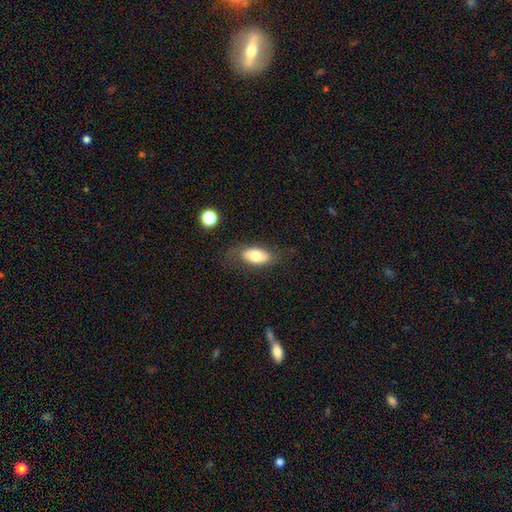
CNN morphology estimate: Smooth or featured?
  - smooth: 71% *
  - featured or disk: 22%
  - star or artifact: 7%
How rounded?
  - in between: 91% *
  - round: 5%
  - cigar-shaped: 5%
Merging?
  - none: 73% *
  - minor disturbance: 18%
  - major disturbance: 8%
  - merger: 2%